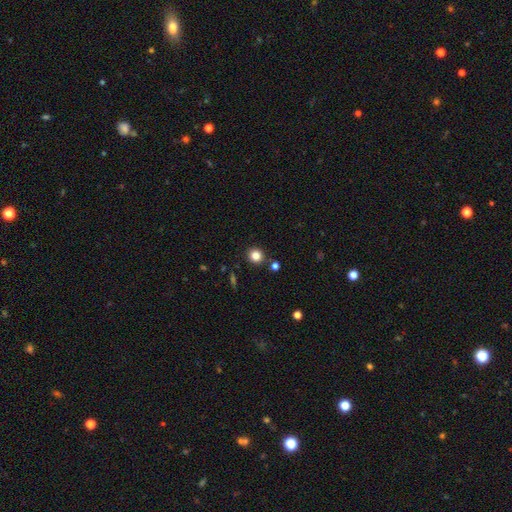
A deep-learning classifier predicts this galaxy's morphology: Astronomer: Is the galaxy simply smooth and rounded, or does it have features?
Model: smooth — 82%.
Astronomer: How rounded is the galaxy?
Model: round — 91%.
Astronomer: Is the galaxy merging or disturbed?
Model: none — 88%.